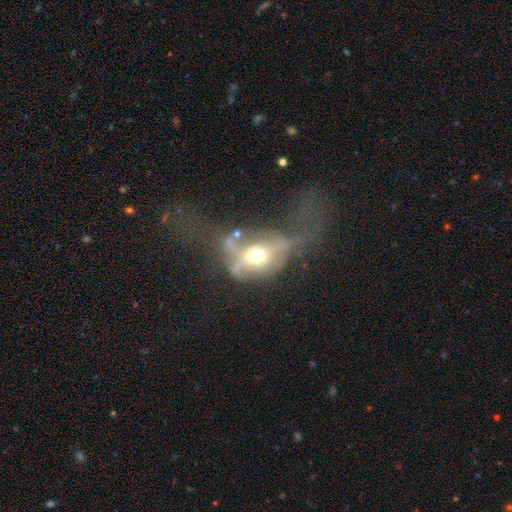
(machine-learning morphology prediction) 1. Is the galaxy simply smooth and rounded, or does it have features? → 56% featured or disk, 33% smooth, 11% star or artifact.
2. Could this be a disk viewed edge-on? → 72% no, 28% yes.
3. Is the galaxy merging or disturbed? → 56% major disturbance, 16% none, 14% minor disturbance, 14% merger.